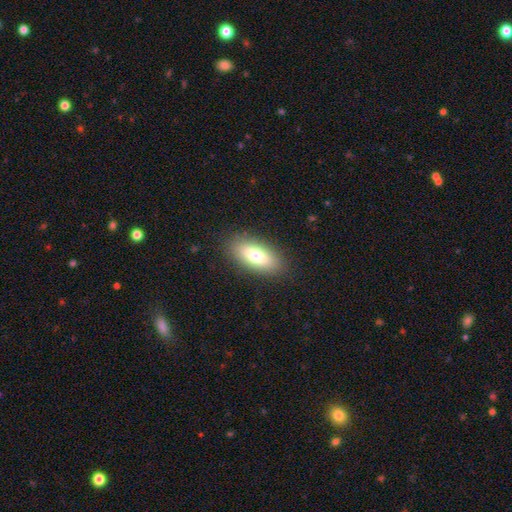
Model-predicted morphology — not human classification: Smooth or featured?
  - smooth: 76% *
  - featured or disk: 16%
  - star or artifact: 8%
How rounded?
  - in between: 84% *
  - cigar-shaped: 13%
  - round: 3%
Merging?
  - none: 87% *
  - minor disturbance: 9%
  - major disturbance: 3%
  - merger: 1%